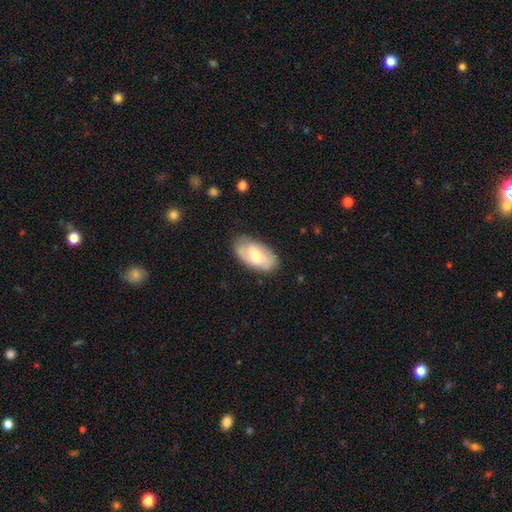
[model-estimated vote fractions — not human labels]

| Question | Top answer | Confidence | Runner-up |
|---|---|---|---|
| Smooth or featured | smooth | 49% | featured or disk (45%) |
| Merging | none | 77% | minor disturbance (17%) |